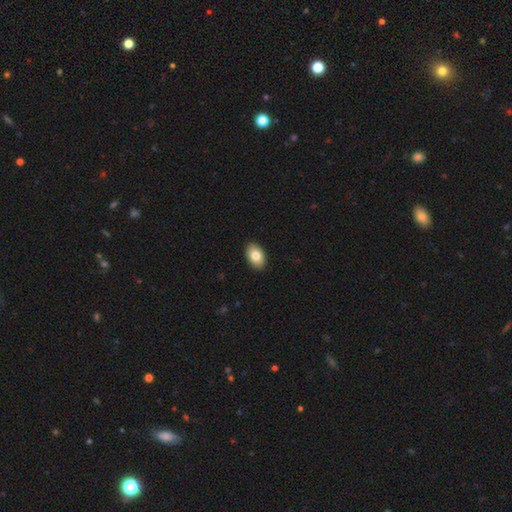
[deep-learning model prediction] A smooth galaxy with no disk features (81%) that is in between round and cigar-shaped (91%).

Vote fractions:
- Smooth or featured? smooth: 81% / featured or disk: 12% / star or artifact: 7%
- How rounded? in between: 91% / round: 8% / cigar-shaped: 1%
- Merging? none: 91% / minor disturbance: 7% / major disturbance: 2% / merger: 1%